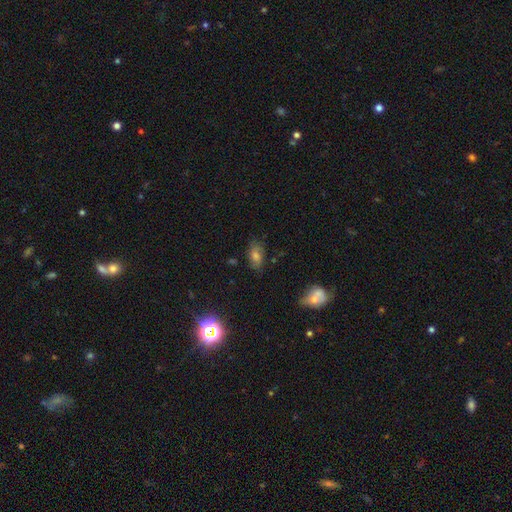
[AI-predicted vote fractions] Smooth or featured? Predicted: smooth (p=0.64). How rounded? Predicted: in between (p=0.86). Merging? Predicted: none (p=0.77).